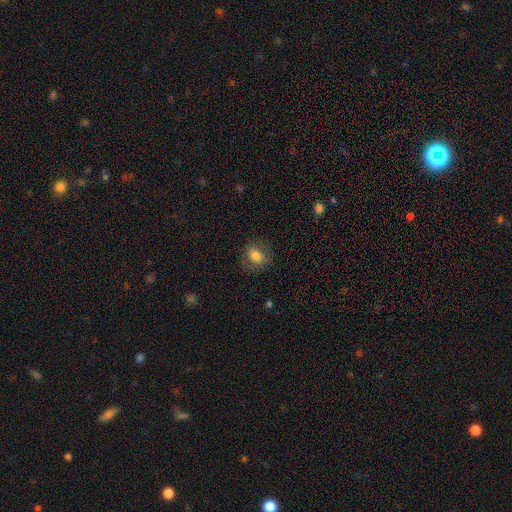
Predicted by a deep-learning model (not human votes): smooth 75%, featured or disk 16%, star or artifact 10%. Down the decision tree: how rounded — round (58%); merging — none (79%).